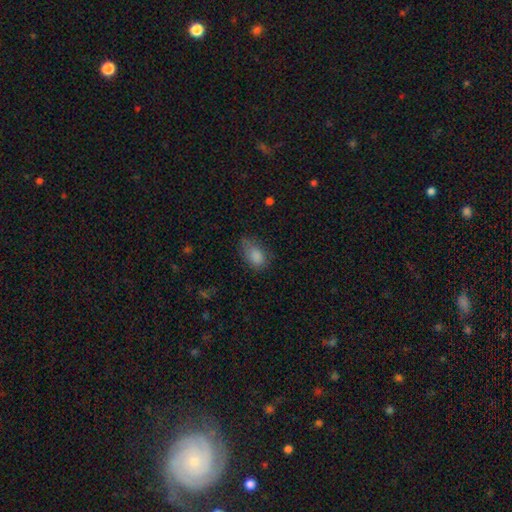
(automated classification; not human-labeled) Smooth or featured? Predicted: smooth (p=0.84). How rounded? Predicted: in between (p=0.88). Merging? Predicted: none (p=0.51).